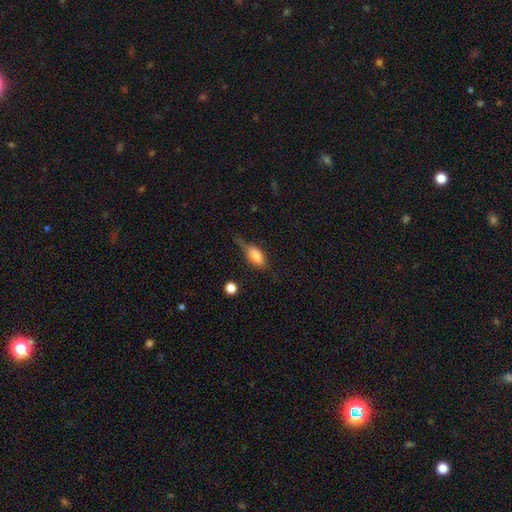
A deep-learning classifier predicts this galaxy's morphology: This is likely a smooth galaxy (75%). How rounded: clearly in between (82%). Merging: marginally none (40%).